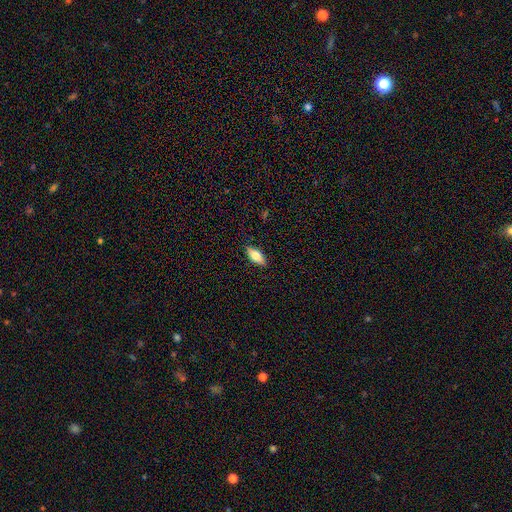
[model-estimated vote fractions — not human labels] Smooth or featured? smooth (72%)
How rounded? in between (79%)
Merging? none (87%)